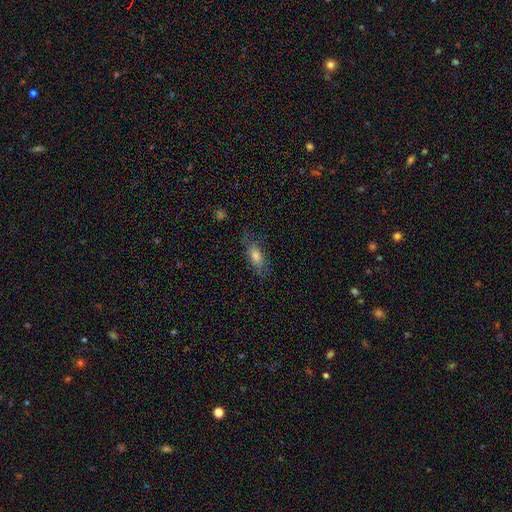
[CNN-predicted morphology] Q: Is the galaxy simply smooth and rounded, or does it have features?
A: smooth — 63%.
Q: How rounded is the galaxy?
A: in between — 69%.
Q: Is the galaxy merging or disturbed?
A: none — 69%.